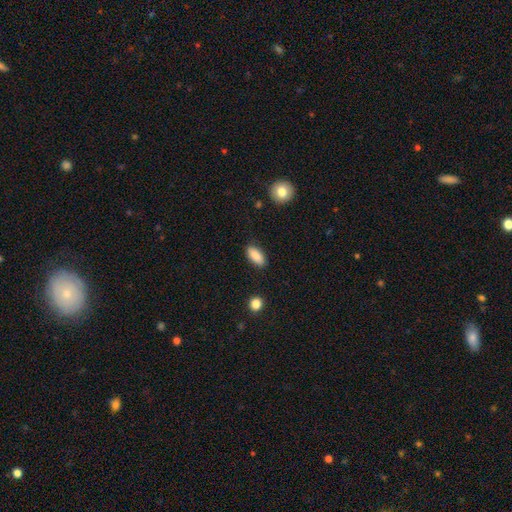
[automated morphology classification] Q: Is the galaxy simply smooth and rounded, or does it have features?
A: smooth — 87%.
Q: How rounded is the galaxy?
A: in between — 83%.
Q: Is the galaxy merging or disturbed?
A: none — 87%.